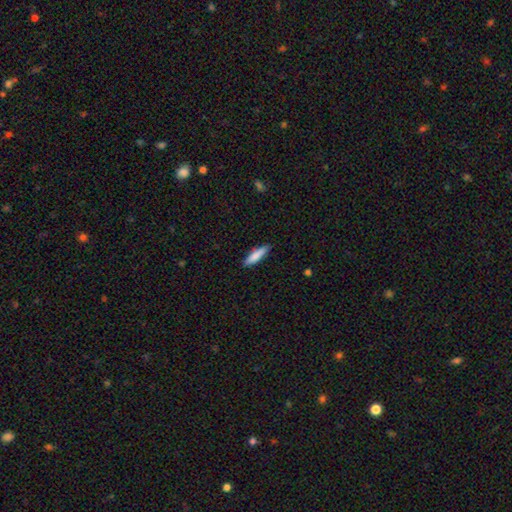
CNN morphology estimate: Smooth or featured? Predicted: smooth (p=0.80). How rounded? Predicted: cigar-shaped (p=0.79). Merging? Predicted: none (p=0.89).